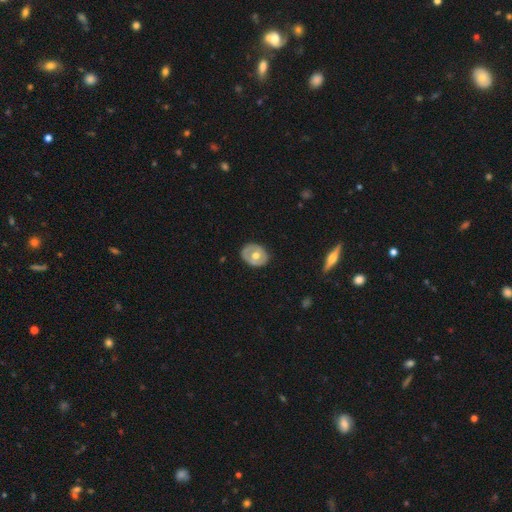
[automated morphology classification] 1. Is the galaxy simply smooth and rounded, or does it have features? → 49% featured or disk, 45% smooth, 6% star or artifact.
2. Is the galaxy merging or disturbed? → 81% none, 15% minor disturbance, 3% major disturbance, 1% merger.